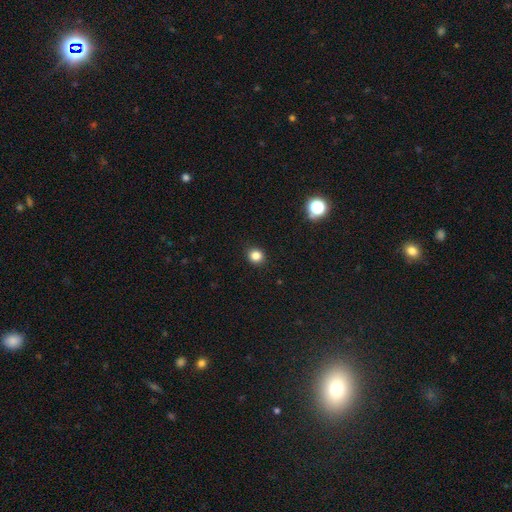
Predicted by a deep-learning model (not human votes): Smooth or featured?
  - smooth: 83% *
  - star or artifact: 13%
  - featured or disk: 4%
How rounded?
  - round: 83% *
  - in between: 16%
  - cigar-shaped: 1%
Merging?
  - none: 91% *
  - minor disturbance: 6%
  - major disturbance: 2%
  - merger: 1%